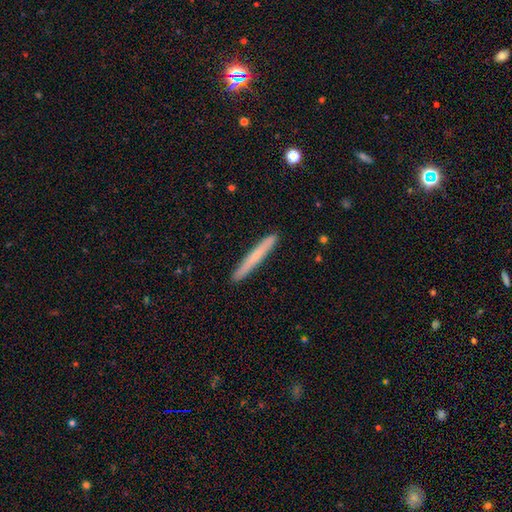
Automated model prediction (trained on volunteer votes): A smooth galaxy with no disk features (60%) that is cigar-shaped (97%). Merging: none (92%).